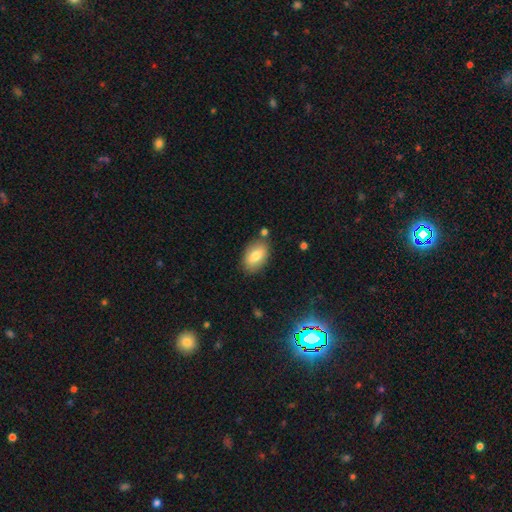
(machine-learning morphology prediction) Smooth or featured? smooth (78%)
How rounded? in between (91%)
Merging? none (81%)